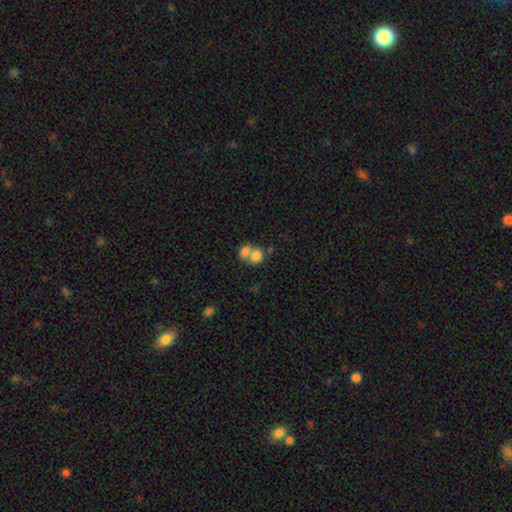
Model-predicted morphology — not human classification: smooth-or-featured: smooth: 78% | featured or disk: 13% | star or artifact: 9%
  how-rounded: round: 60% | in between: 39% | cigar-shaped: 1%
  merging: merger: 66% | none: 24% | minor disturbance: 6% | major disturbance: 4%